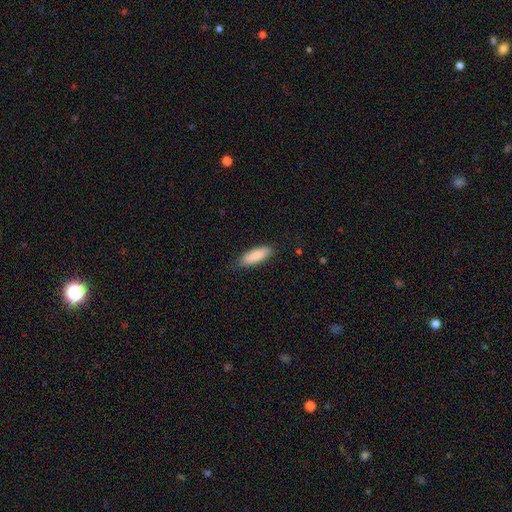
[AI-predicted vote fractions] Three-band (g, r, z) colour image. It shows a smooth galaxy with no disk features (88%) that is in between round and cigar-shaped (59%). Merging: none (80%).